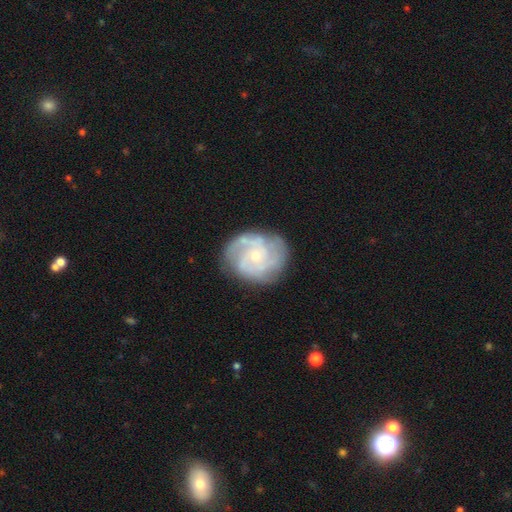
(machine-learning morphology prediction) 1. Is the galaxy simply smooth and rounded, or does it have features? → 79% featured or disk, 15% smooth, 6% star or artifact.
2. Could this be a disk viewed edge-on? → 98% no, 2% yes.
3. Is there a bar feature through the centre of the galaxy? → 73% no, 23% weak, 3% strong.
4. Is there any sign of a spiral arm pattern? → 92% yes, 8% no.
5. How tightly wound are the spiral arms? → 54% tight, 36% medium, 10% loose.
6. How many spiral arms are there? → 29% 3 (tied), 29% can't tell (tied), 19% 2, 12% 4, 5% 1, 5% more than 4.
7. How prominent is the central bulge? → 66% small, 29% moderate, 2% none, 2% large, 1% dominant.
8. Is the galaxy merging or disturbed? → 74% none, 17% minor disturbance, 7% major disturbance, 2% merger.